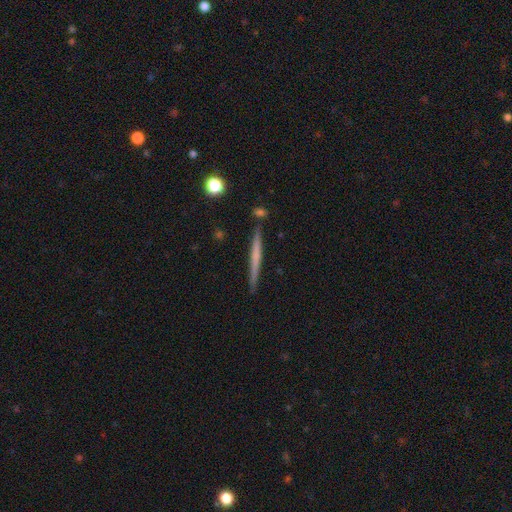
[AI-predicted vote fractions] Overall: featured or disk (49%; smooth 45%). Merging: none (87%).